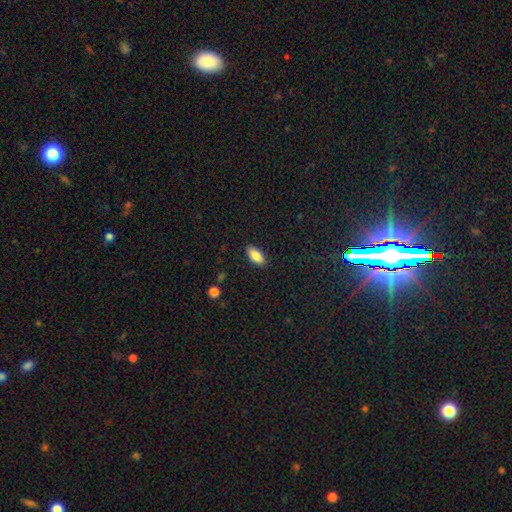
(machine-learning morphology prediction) A smooth galaxy with no disk features (86%) that is in between round and cigar-shaped (89%).

Vote fractions:
- Smooth or featured? smooth: 86% / star or artifact: 7% / featured or disk: 7%
- How rounded? in between: 89% / cigar-shaped: 8% / round: 2%
- Merging? none: 88% / minor disturbance: 9% / major disturbance: 2% / merger: 1%